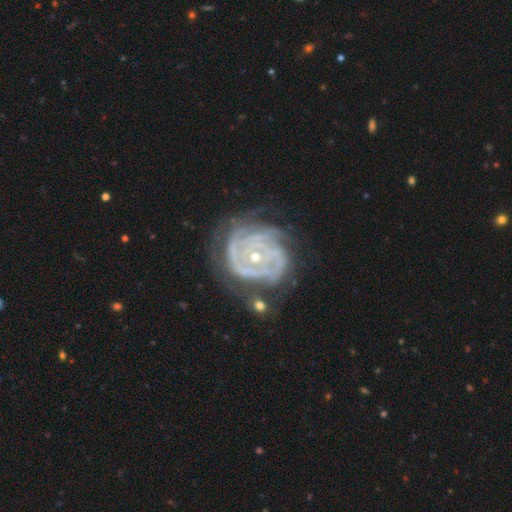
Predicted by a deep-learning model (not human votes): Smooth or featured?
  - featured or disk: 88% *
  - star or artifact: 6%
  - smooth: 5%
Edge-on disk?
  - no: 97% *
  - yes: 3%
Bar?
  - no: 68% *
  - weak: 22%
  - strong: 10%
Spiral arms?
  - yes: 96% *
  - no: 4%
Spiral winding?
  - tight: 77% *
  - medium: 19%
  - loose: 4%
Spiral arm count?
  - can't tell: 28% *
  - 3: 24%
  - 4: 17%
  - 2: 15%
  - more than 4: 8%
  - 1: 7%
Bulge size?
  - small: 68% *
  - moderate: 29%
  - large: 1%
  - none: 1%
  - dominant: 1%
Merging?
  - none: 56% *
  - minor disturbance: 23%
  - major disturbance: 15%
  - merger: 6%